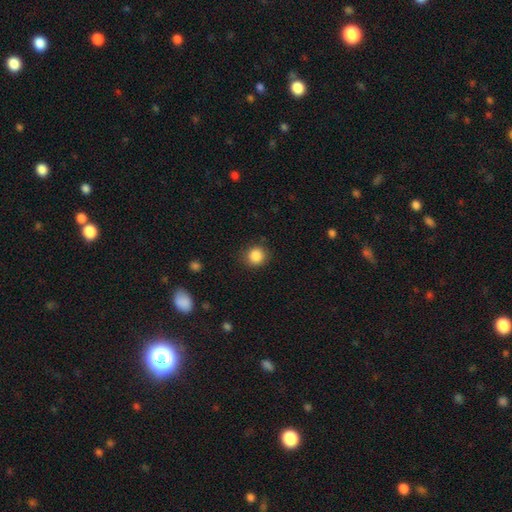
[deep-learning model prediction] smooth-or-featured: smooth: 87% | star or artifact: 10% | featured or disk: 4%
  how-rounded: round: 88% | in between: 11% | cigar-shaped: 1%
  merging: none: 87% | minor disturbance: 9% | major disturbance: 3% | merger: 1%